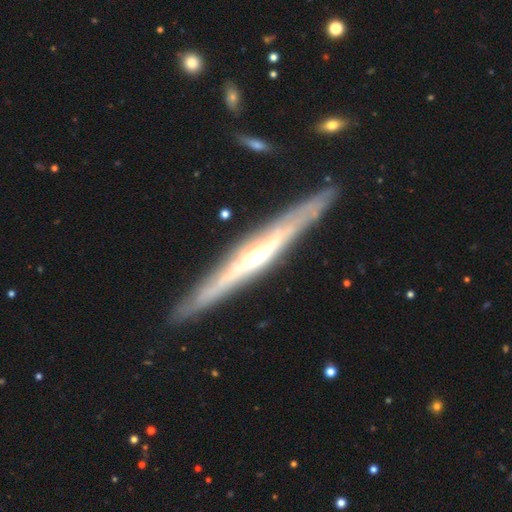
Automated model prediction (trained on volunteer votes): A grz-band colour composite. It shows a featured or disk galaxy (82%) viewed edge-on (91%) with a rounded central bulge (71%). Merging: none (87%).